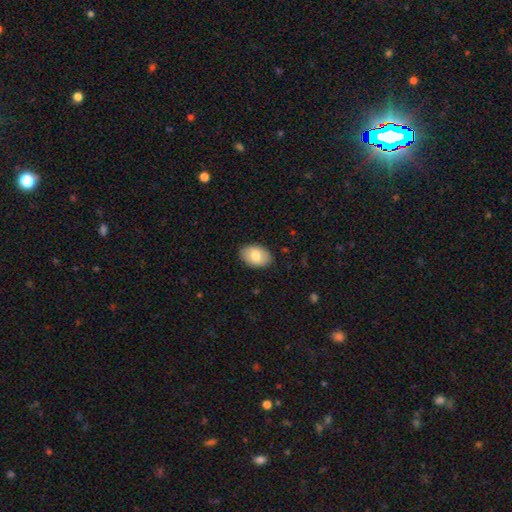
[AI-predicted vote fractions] This is likely a smooth galaxy (79%). How rounded: clearly in between (88%). Merging: clearly none (87%).